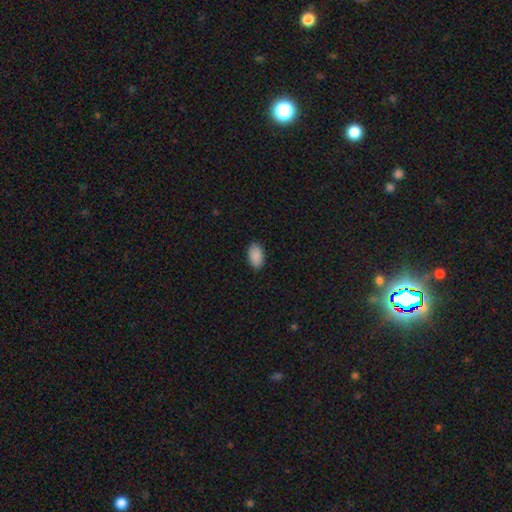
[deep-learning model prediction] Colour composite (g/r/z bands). It shows a smooth galaxy with no disk features (90%) that is in between round and cigar-shaped (94%). Merging: none (88%).